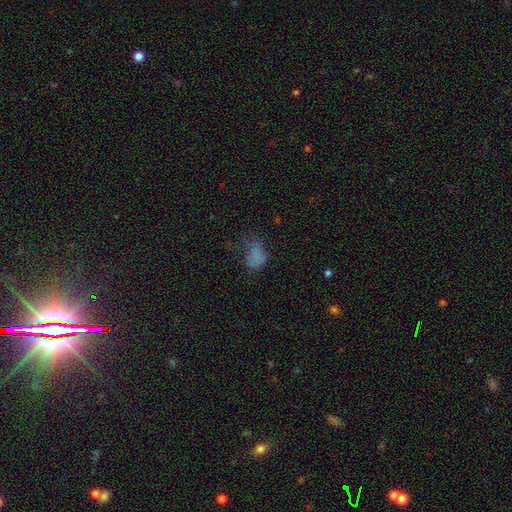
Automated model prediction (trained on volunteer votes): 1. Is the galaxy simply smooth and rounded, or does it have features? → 64% smooth, 20% star or artifact, 16% featured or disk.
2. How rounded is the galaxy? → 79% in between, 18% round, 2% cigar-shaped.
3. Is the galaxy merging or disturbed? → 36% none, 35% major disturbance, 25% minor disturbance, 4% merger.